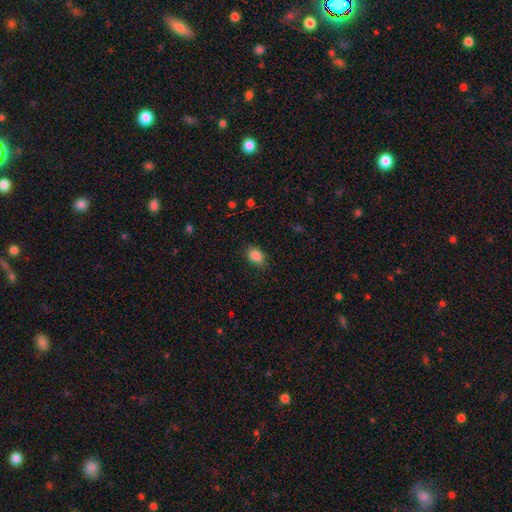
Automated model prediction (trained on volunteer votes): Smooth or featured: smooth — 87% (star or artifact — 9%)
How rounded: in between — 71% (round — 28%)
Merging: none — 81% (minor disturbance — 14%)